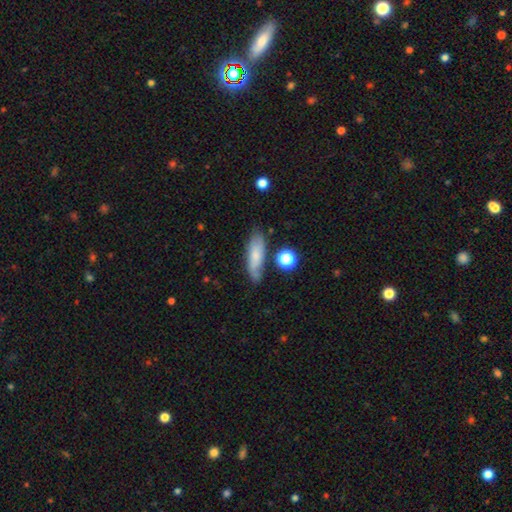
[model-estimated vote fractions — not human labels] smooth-or-featured: smooth: 62% | featured or disk: 29% | star or artifact: 8%
  how-rounded: in between: 57% | cigar-shaped: 39% | round: 4%
  merging: none: 66% | minor disturbance: 22% | major disturbance: 6% | merger: 5%